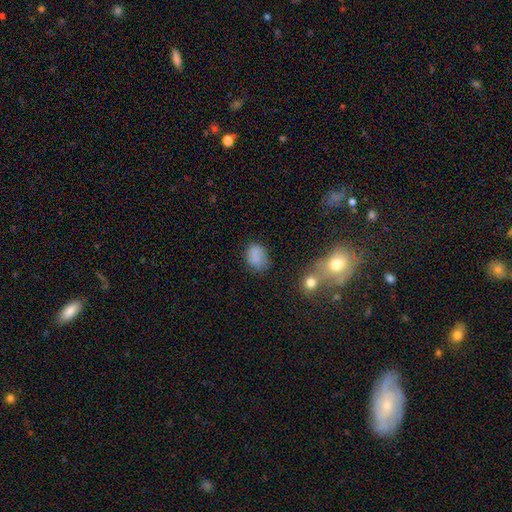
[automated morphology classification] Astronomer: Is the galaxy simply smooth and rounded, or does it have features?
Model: smooth — 78%.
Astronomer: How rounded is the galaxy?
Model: in between — 72%.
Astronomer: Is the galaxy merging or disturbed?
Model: none — 62%.